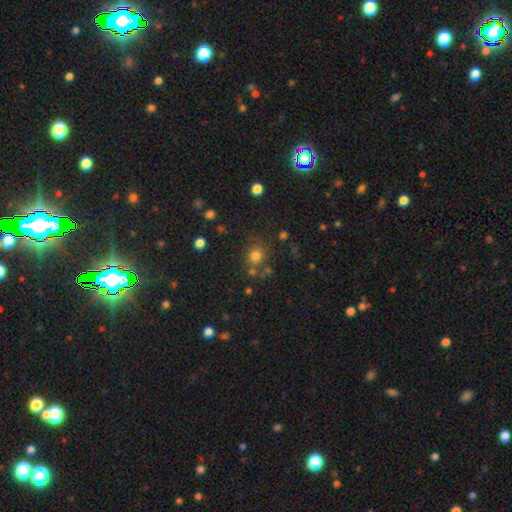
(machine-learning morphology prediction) A smooth galaxy with no disk features (75%) that is round (83%). Merging: none (73%).